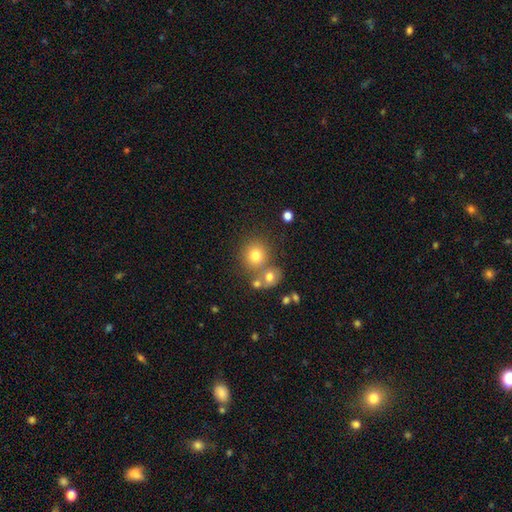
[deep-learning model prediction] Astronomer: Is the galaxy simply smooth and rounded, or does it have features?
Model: smooth — 75%.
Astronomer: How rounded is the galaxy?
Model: round — 86%.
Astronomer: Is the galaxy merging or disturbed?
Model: none — 62%.